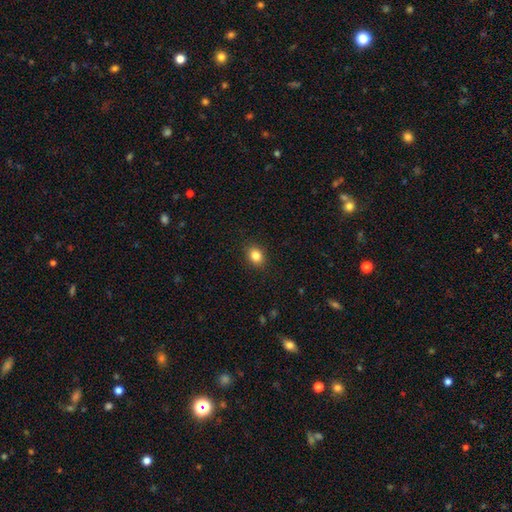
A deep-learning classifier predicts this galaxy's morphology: A smooth galaxy with no disk features (85%) that is in between round and cigar-shaped (53%). Merging: none (89%).